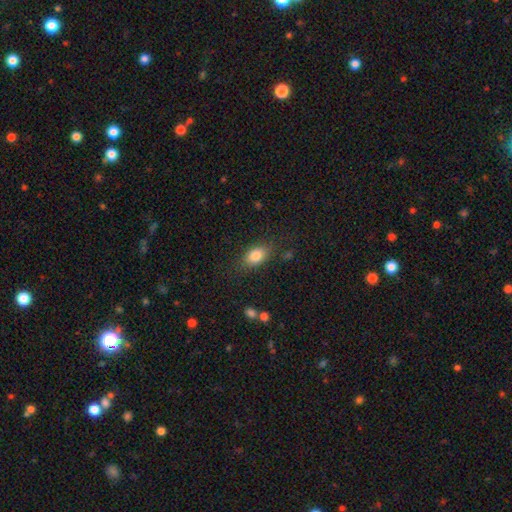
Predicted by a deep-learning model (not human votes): Smooth or featured: smooth — 83% (featured or disk — 9%)
How rounded: in between — 82% (round — 15%)
Merging: none — 77% (minor disturbance — 15%)